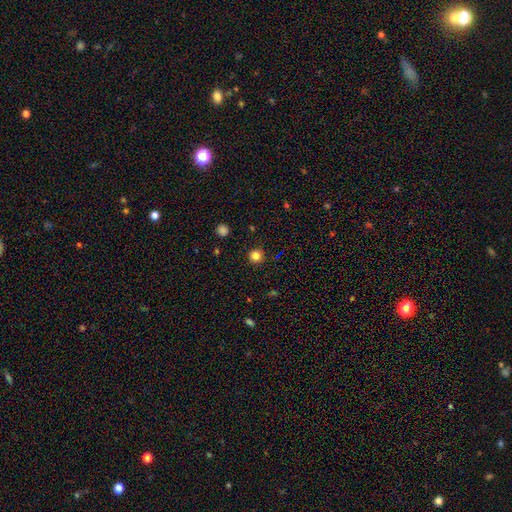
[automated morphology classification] A smooth galaxy with no disk features (82%) that is round (95%). Merging: none (92%).